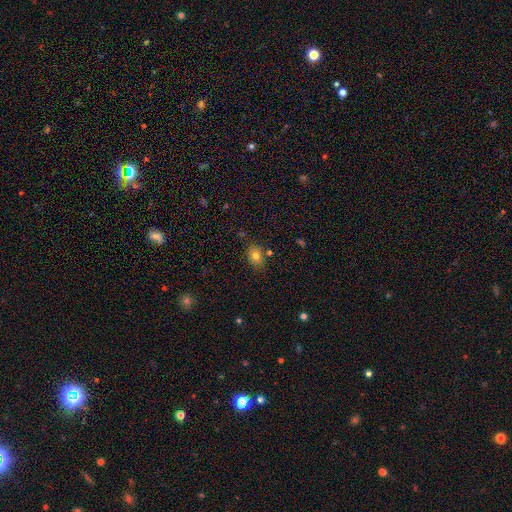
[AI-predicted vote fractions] Q: Smooth or featured?
A: smooth (77%); runner-up: star or artifact (12%)
Q: How rounded?
A: in between (66%); runner-up: round (32%)
Q: Merging?
A: none (80%); runner-up: minor disturbance (14%)